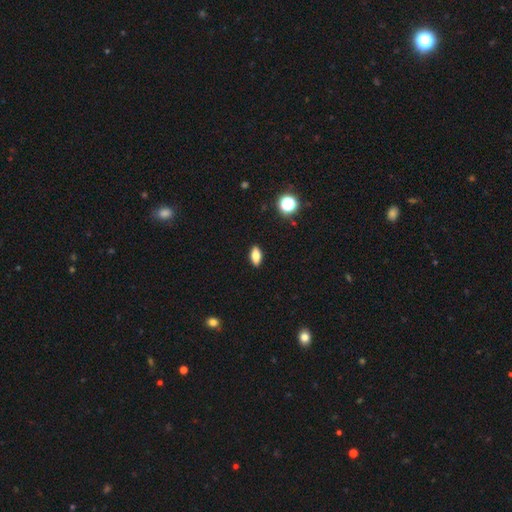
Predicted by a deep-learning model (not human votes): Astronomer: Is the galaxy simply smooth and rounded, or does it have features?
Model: smooth — 76%.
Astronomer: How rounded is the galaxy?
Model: in between — 84%.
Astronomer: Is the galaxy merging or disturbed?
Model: none — 89%.